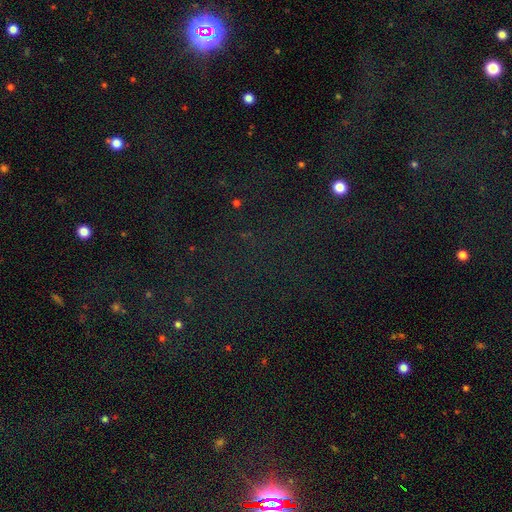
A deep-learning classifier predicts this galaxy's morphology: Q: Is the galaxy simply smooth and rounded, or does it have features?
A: star or artifact — 78%.